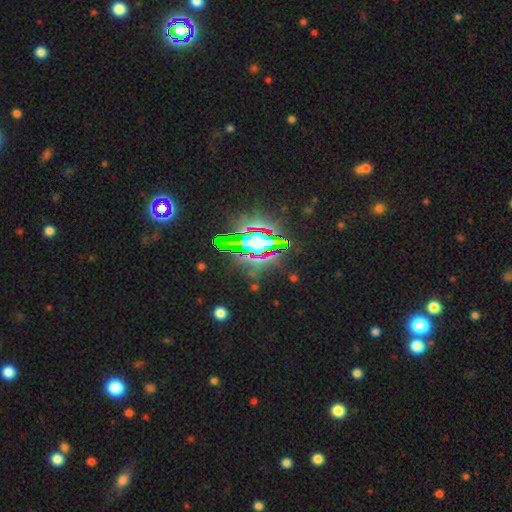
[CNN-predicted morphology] This appears to be a star or artifact, not a galaxy (85%).